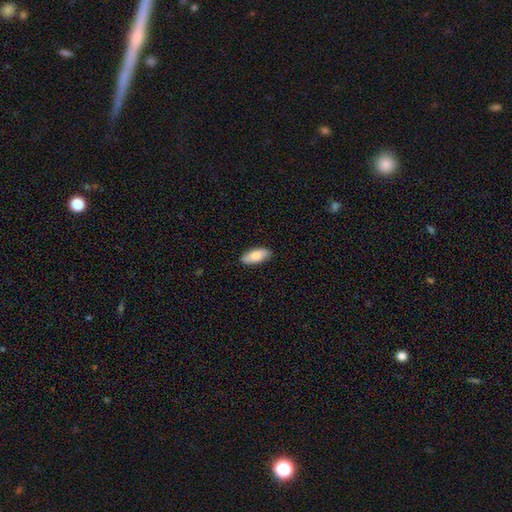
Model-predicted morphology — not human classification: A smooth galaxy with no disk features (81%) that is in between round and cigar-shaped (84%). Merging: none (89%).